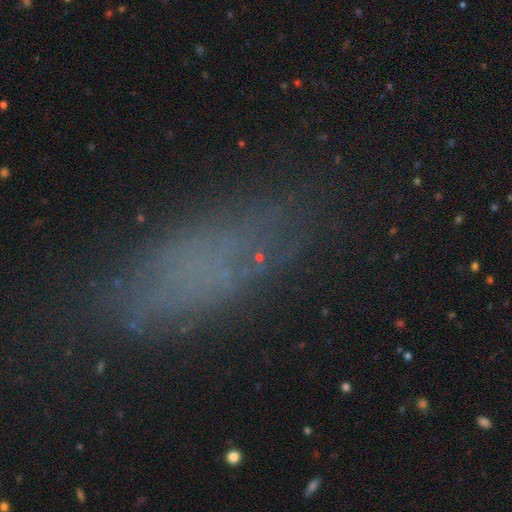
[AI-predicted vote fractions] This appears to be a smooth galaxy with no disk features (43%). Merging: none (71%).